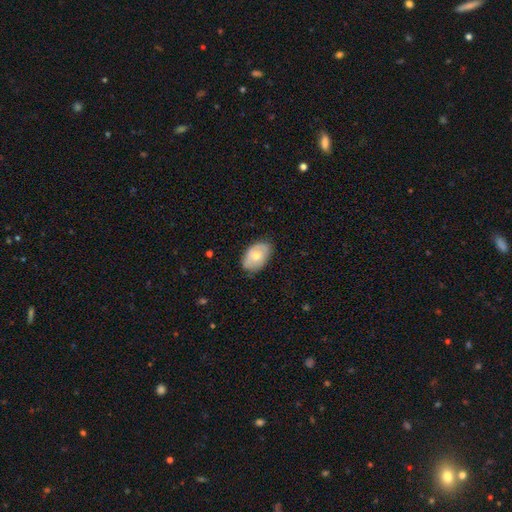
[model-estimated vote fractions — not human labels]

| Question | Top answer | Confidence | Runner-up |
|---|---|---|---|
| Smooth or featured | smooth | 61% | featured or disk (32%) |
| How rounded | in between | 88% | round (11%) |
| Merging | none | 76% | minor disturbance (19%) |